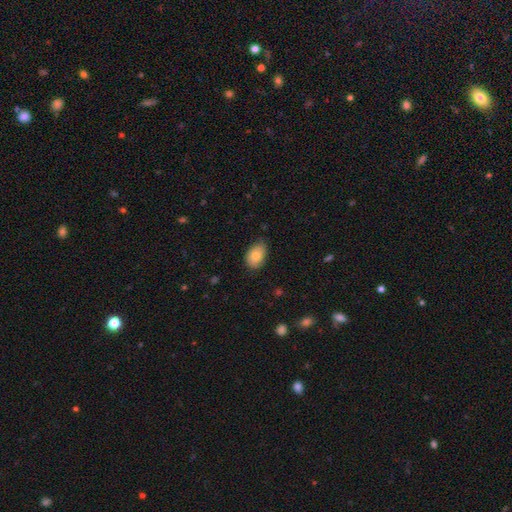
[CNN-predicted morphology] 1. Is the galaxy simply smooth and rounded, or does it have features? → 80% smooth, 12% featured or disk, 7% star or artifact.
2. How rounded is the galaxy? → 84% in between, 15% round, 1% cigar-shaped.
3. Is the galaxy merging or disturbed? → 66% none, 29% minor disturbance, 4% major disturbance, 1% merger.